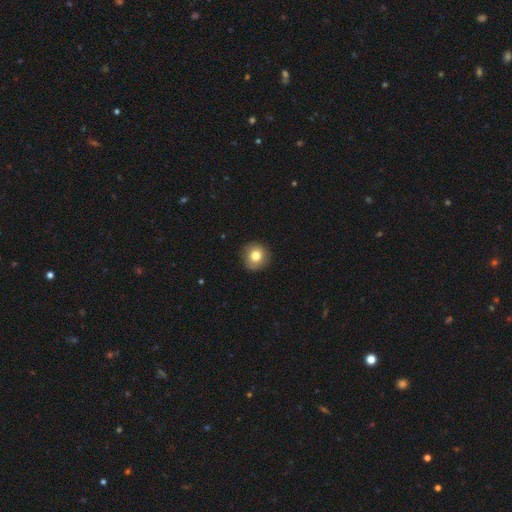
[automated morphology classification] Smooth or featured?
  - smooth: 80% *
  - featured or disk: 11%
  - star or artifact: 9%
How rounded?
  - round: 93% *
  - in between: 6%
  - cigar-shaped: 1%
Merging?
  - none: 89% *
  - minor disturbance: 8%
  - major disturbance: 2%
  - merger: 1%